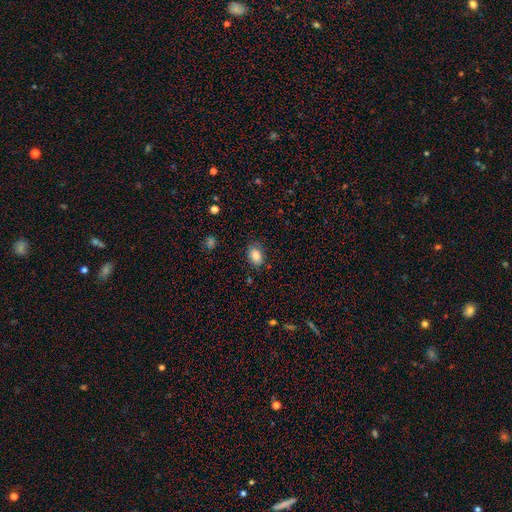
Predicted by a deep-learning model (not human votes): Overall: smooth (86%). How rounded: in between (81%). Merging: none (80%).